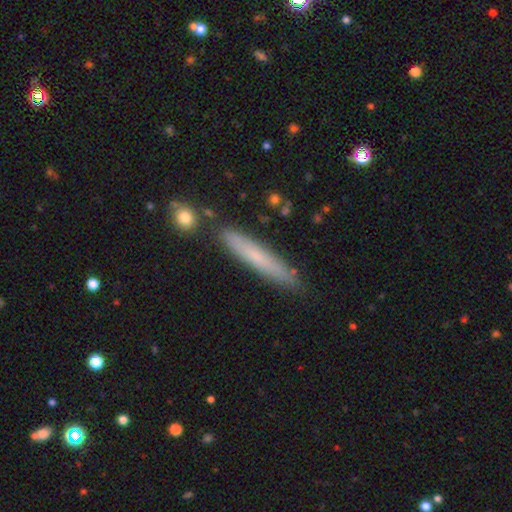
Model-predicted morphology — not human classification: A smooth galaxy with no disk features (62%) that is cigar-shaped (94%).

Vote fractions:
- Smooth or featured? smooth: 62% / featured or disk: 31% / star or artifact: 7%
- How rounded? cigar-shaped: 94% / in between: 5% / round: 1%
- Merging? none: 85% / minor disturbance: 10% / merger: 3% / major disturbance: 2%